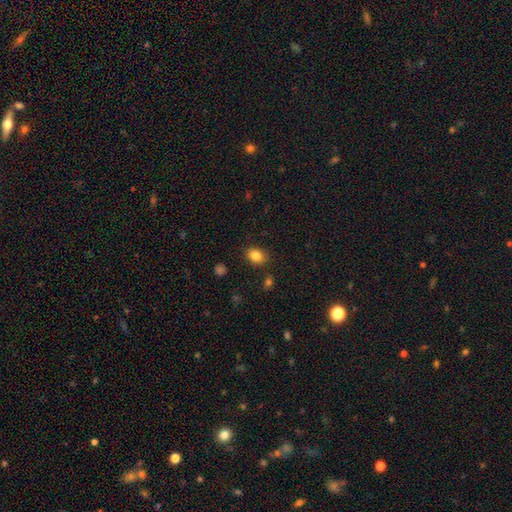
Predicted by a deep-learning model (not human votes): smooth_or_featured: smooth (p=0.84) [alt: star or artifact p=0.10]
how_rounded: in between (p=0.66) [alt: round p=0.33]
merging: none (p=0.85) [alt: minor disturbance p=0.10]